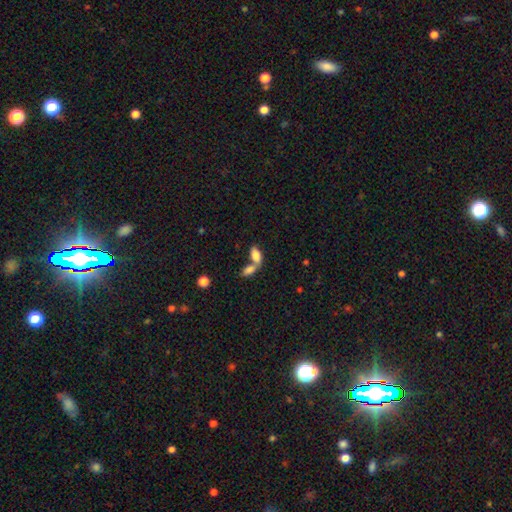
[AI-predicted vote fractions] smooth 81%, featured or disk 10%, star or artifact 8%. Down the decision tree: how rounded — in between (90%); merging — merger (62%).